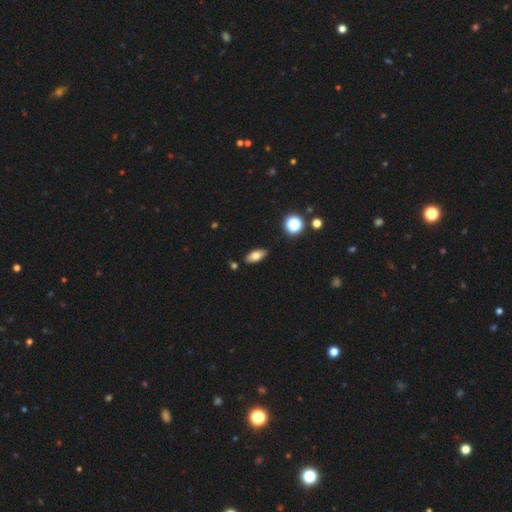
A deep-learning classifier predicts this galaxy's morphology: A smooth galaxy with no disk features (74%) that is in between round and cigar-shaped (83%). Merging: none (86%).